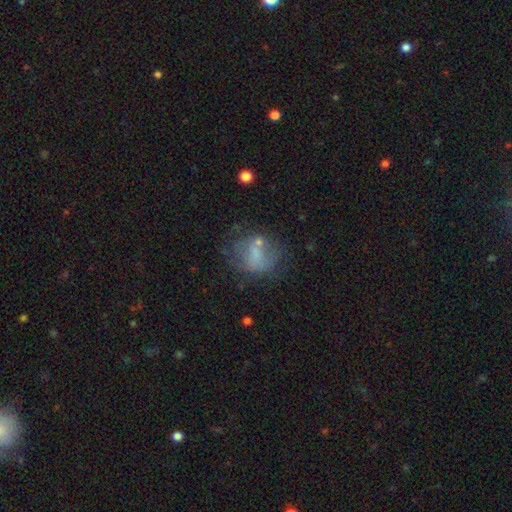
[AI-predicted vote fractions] A smooth galaxy with no disk features (51%) that is round (57%). Merging: none (43%).